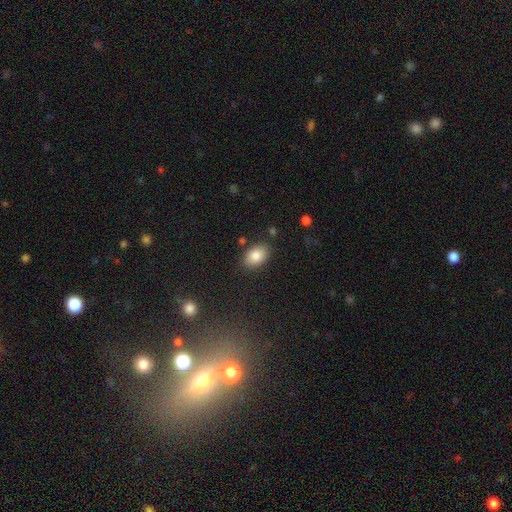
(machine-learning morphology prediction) type=smooth (84%); roundness=in between (85%); merging=none (83%).